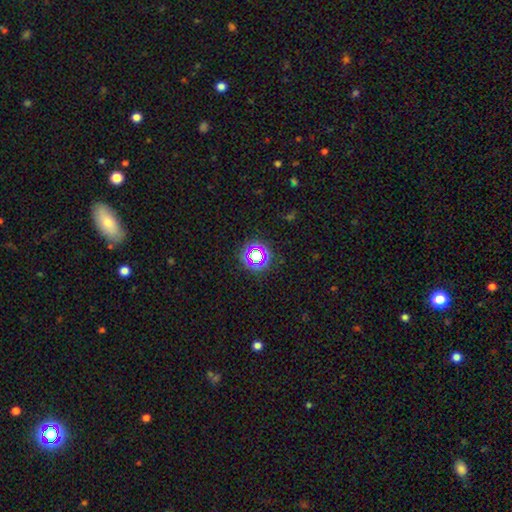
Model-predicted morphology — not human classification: Smooth or featured? Predicted: star or artifact (p=0.59).